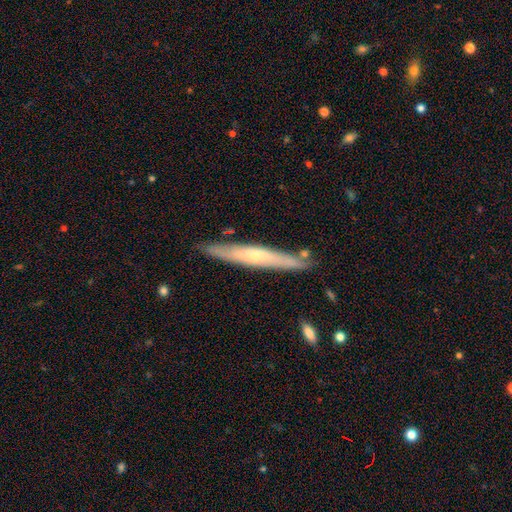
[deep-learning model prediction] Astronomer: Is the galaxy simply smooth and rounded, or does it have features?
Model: featured or disk — 54% (runner-up: smooth, 41%).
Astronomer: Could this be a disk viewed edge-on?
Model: yes — 88%.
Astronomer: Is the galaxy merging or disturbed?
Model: none — 83%.